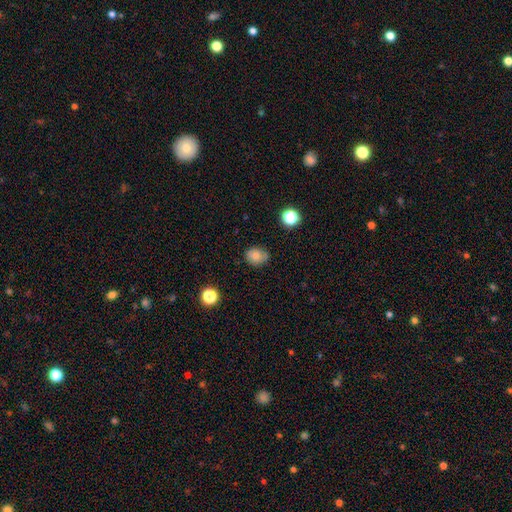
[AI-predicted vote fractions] A smooth galaxy with no disk features (79%) that is round (58%).

Vote fractions:
- Smooth or featured? smooth: 79% / star or artifact: 11% / featured or disk: 10%
- How rounded? round: 58% / in between: 42% / cigar-shaped: 1%
- Merging? none: 74% / minor disturbance: 20% / major disturbance: 4% / merger: 2%